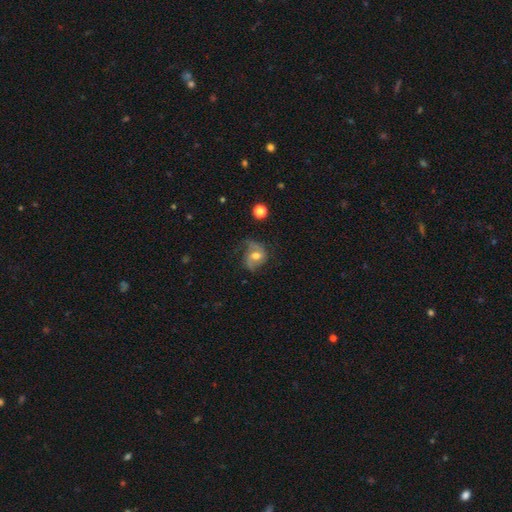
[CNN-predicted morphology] Smooth or featured? Predicted: featured or disk (p=0.57). Edge-on disk? Predicted: no (p=0.97). Bar? Predicted: no (p=0.52). Spiral arms? Predicted: yes (p=0.83). Bulge size? Predicted: moderate (p=0.68). Merging? Predicted: none (p=0.49).